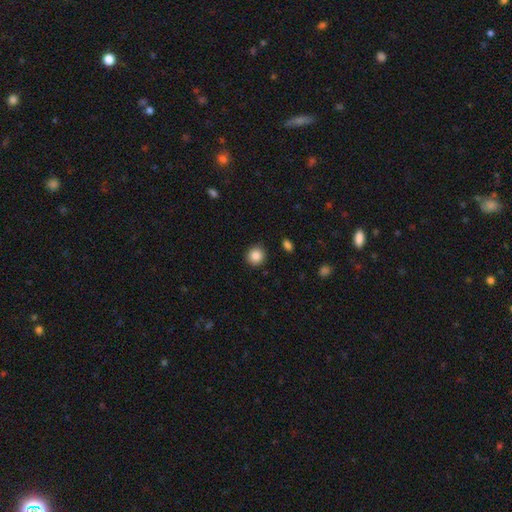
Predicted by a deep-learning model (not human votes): Overall: smooth (87%). How rounded: round (90%). Merging: none (89%).